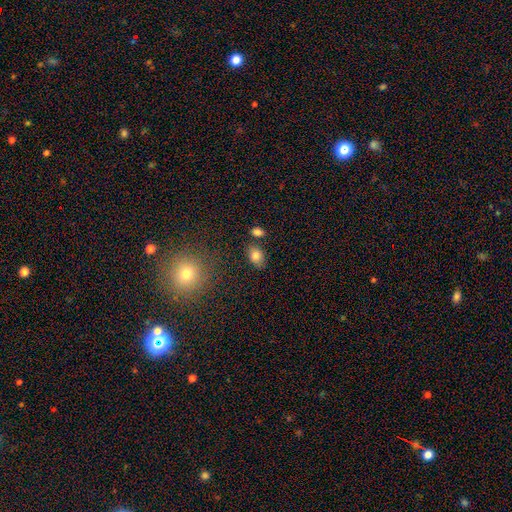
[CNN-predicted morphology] smooth_or_featured: smooth (p=0.81) [alt: featured or disk p=0.10]
how_rounded: in between (p=0.83) [alt: round p=0.16]
merging: none (p=0.78) [alt: minor disturbance p=0.11]